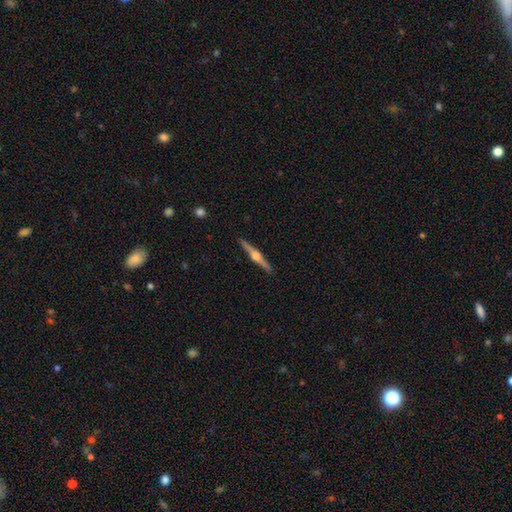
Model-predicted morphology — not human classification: type=featured or disk (83%); edge-on=yes (99%); edge-on bulge=rounded (95%); merging=none (92%).